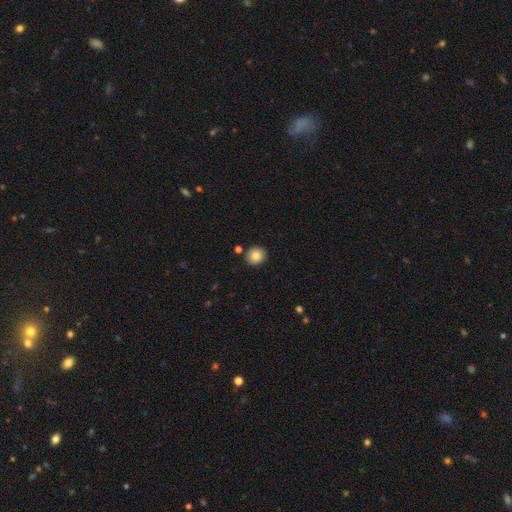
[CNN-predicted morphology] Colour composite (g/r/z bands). It shows a smooth galaxy with no disk features (85%) that is round (90%). Merging: none (87%).